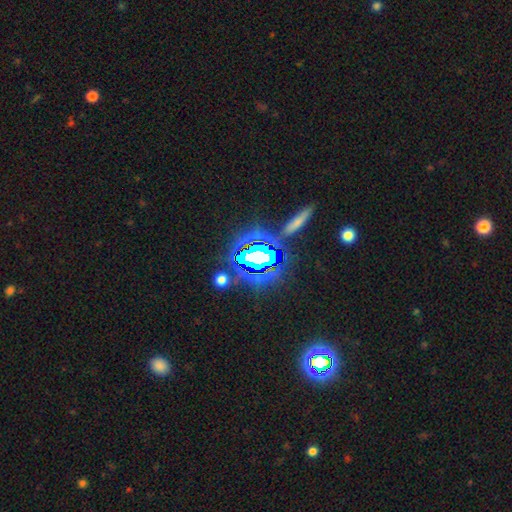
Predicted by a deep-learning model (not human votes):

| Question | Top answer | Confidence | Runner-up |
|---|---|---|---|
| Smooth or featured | star or artifact | 70% | smooth (18%) |